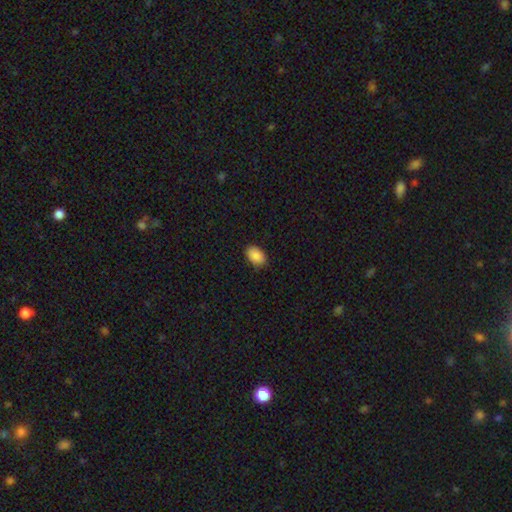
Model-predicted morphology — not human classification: smooth-or-featured: smooth: 89% | star or artifact: 7% | featured or disk: 4%
  how-rounded: in between: 88% | round: 11% | cigar-shaped: 1%
  merging: none: 87% | minor disturbance: 10% | major disturbance: 2% | merger: 1%